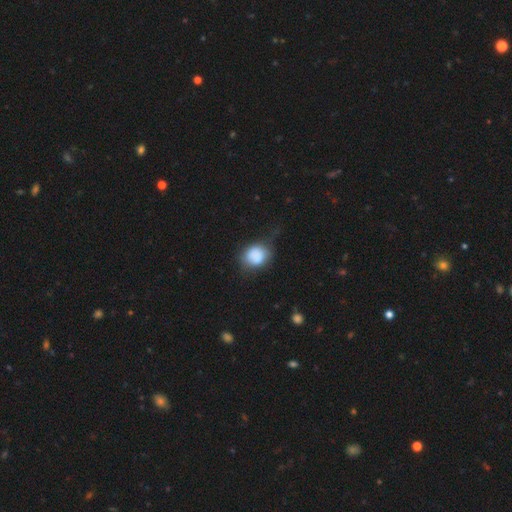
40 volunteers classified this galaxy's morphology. Volunteers were most divided on "merging": none: 62%, minor disturbance: 24%, major disturbance: 11%, merger: 3%. More confident: smooth or featured — smooth (78%); how rounded — round (74%).